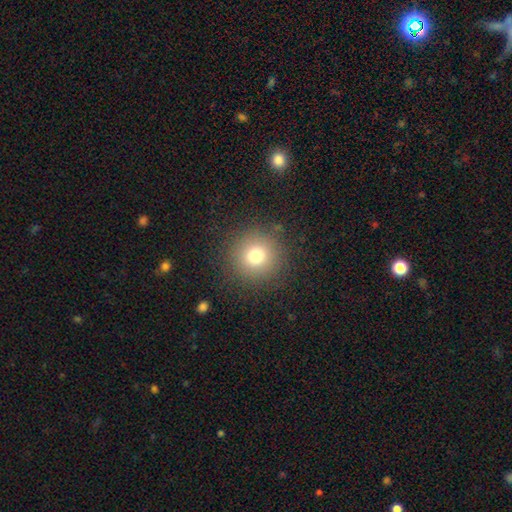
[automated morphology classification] smooth 77%, star or artifact 14%, featured or disk 10%. Down the decision tree: how rounded — round (95%); merging — none (89%).